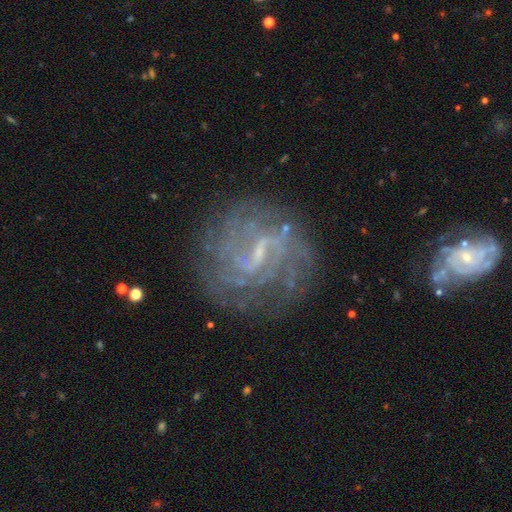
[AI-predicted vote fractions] This is clearly a featured or disk galaxy (82%). It is clearly not viewed edge-on (97%). Bar: possibly weak (53%). Spiral arm pattern: clearly yes (89%). Spiral arm count: marginally can't tell (43%). Spiral winding: possibly tight (52%). Central bulge: possibly small (57%). Merging: likely none (75%).